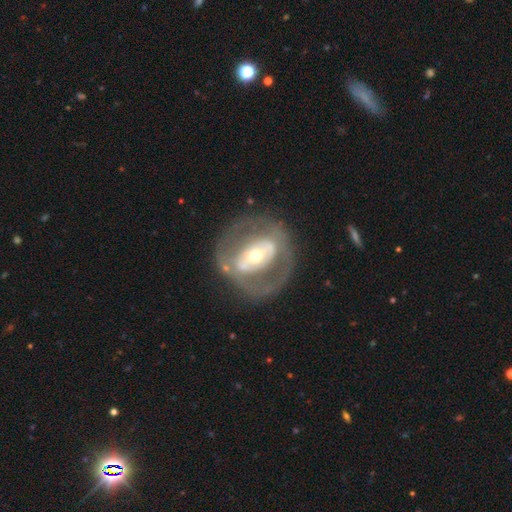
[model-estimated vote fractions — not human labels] Overall: featured or disk (70%). Edge-on disk: no (92%). Bar: no (39%; strong 36%). Spiral arms: no (73%). Bulge size: moderate (52%; small 37%). Merging: none (65%).